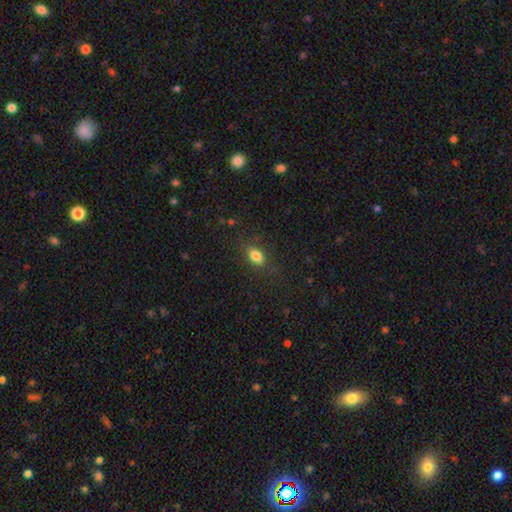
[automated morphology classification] smooth-or-featured: smooth: 83% | star or artifact: 10% | featured or disk: 7%
  how-rounded: in between: 86% | round: 10% | cigar-shaped: 4%
  merging: none: 82% | minor disturbance: 12% | major disturbance: 5% | merger: 1%